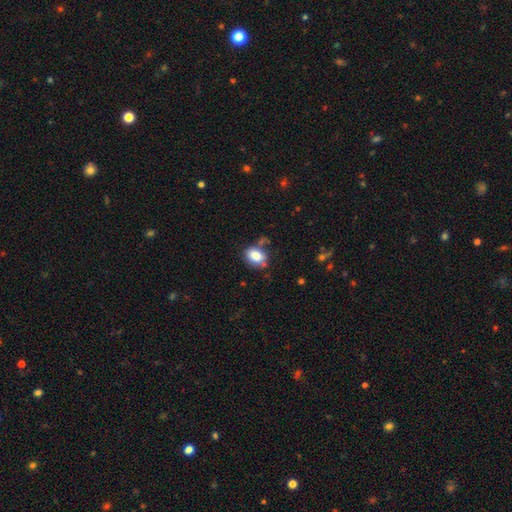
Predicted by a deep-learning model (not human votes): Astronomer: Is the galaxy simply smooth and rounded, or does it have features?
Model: smooth — 83%.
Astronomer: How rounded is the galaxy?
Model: in between — 72%.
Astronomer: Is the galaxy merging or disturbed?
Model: none — 61%.